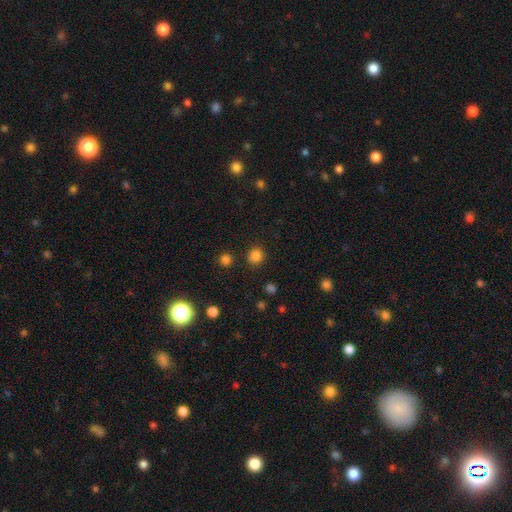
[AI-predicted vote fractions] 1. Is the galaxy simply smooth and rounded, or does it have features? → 83% smooth, 13% star or artifact, 4% featured or disk.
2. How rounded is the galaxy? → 87% round, 12% in between, 1% cigar-shaped.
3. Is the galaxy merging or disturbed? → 89% none, 6% minor disturbance, 2% major disturbance, 2% merger.